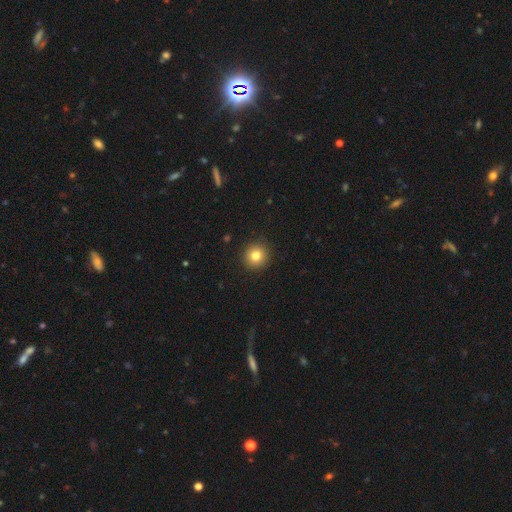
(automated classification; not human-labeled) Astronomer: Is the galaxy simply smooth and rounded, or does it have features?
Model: smooth — 81%.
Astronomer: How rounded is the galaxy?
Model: round — 94%.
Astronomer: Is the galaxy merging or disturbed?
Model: none — 92%.